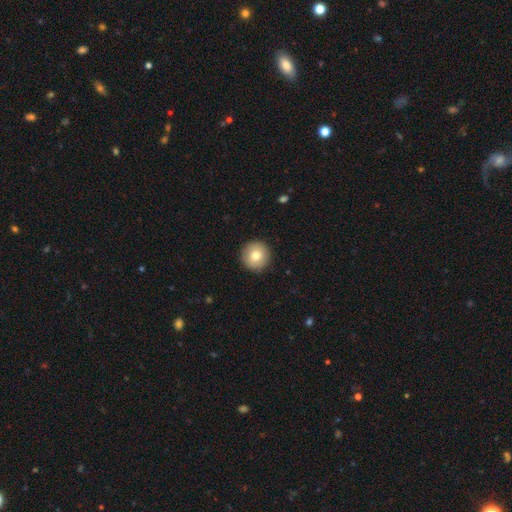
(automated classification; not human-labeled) smooth_or_featured: smooth (p=0.78) [alt: featured or disk p=0.14]
how_rounded: round (p=0.96) [alt: in between p=0.03]
merging: none (p=0.92) [alt: minor disturbance p=0.05]